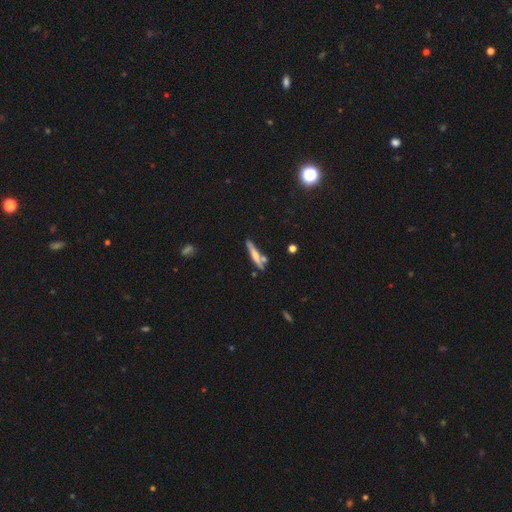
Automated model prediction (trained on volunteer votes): Smooth or featured? featured or disk (51%)
Edge-on disk? yes (93%)
Merging? none (70%)